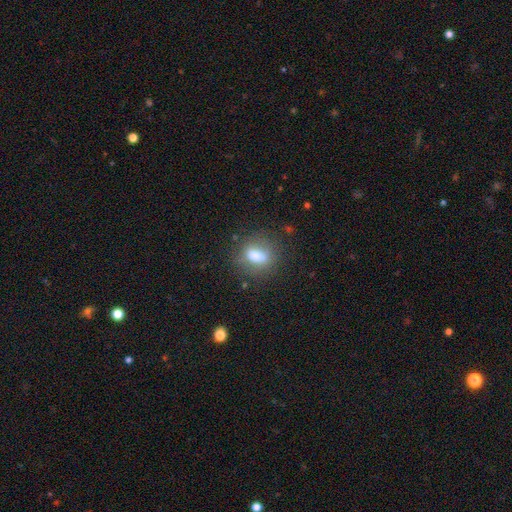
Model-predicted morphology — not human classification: type=smooth (68%); roundness=in between (58%); merging=none (77%).